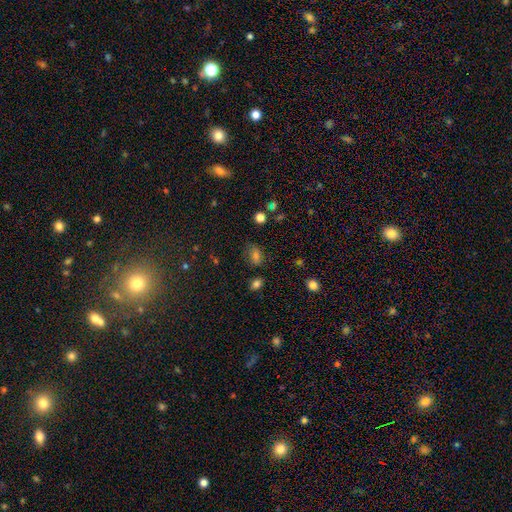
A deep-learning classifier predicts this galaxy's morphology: A smooth galaxy with no disk features (65%) that is in between round and cigar-shaped (74%). Merging: none (67%).